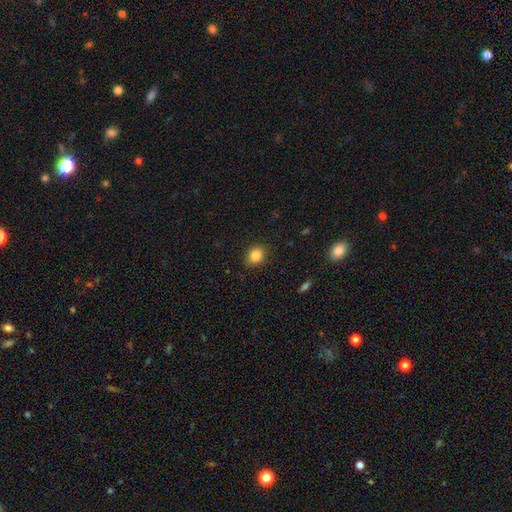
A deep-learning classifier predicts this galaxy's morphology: smooth_or_featured: smooth (p=0.84) [alt: star or artifact p=0.10]
how_rounded: round (p=0.57) [alt: in between p=0.42]
merging: none (p=0.86) [alt: minor disturbance p=0.10]